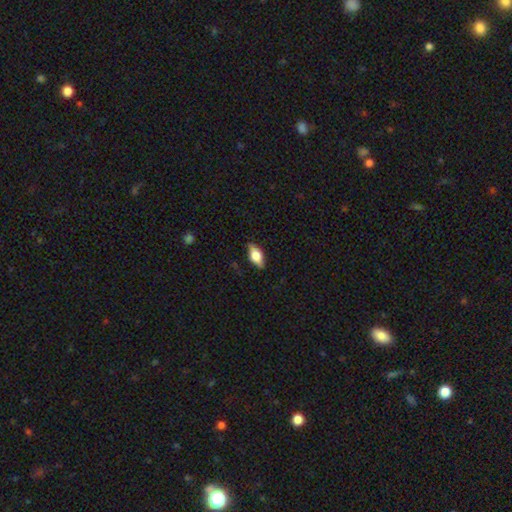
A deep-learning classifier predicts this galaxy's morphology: Q: Smooth or featured?
A: smooth (60%); runner-up: featured or disk (32%)
Q: How rounded?
A: in between (84%); runner-up: cigar-shaped (10%)
Q: Merging?
A: none (81%); runner-up: minor disturbance (14%)